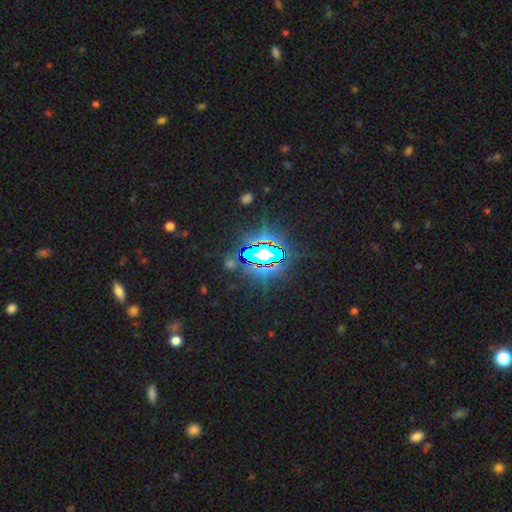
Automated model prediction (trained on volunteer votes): Q: Smooth or featured?
A: star or artifact (81%); runner-up: smooth (11%)